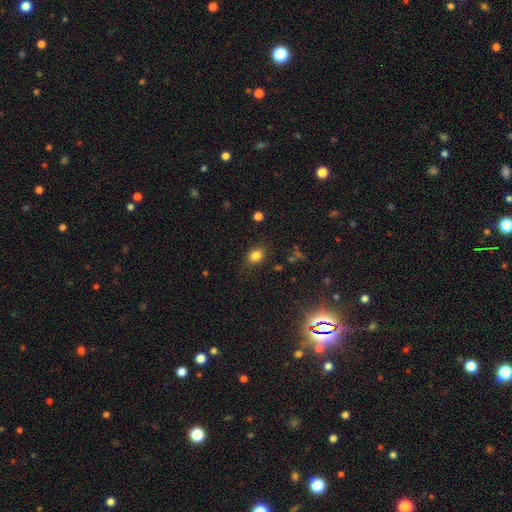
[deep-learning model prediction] Smooth or featured? smooth (82%)
How rounded? in between (59%)
Merging? none (80%)